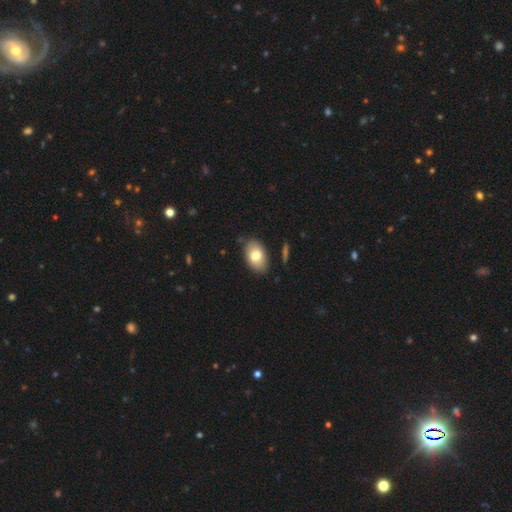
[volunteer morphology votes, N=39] smooth-or-featured: smooth: 79% | featured or disk: 18% | star or artifact: 3%
  how-rounded: in between: 90% | round: 6% | cigar-shaped: 3%
  merging: none: 84% | minor disturbance: 11% | merger: 5% | major disturbance: 0%